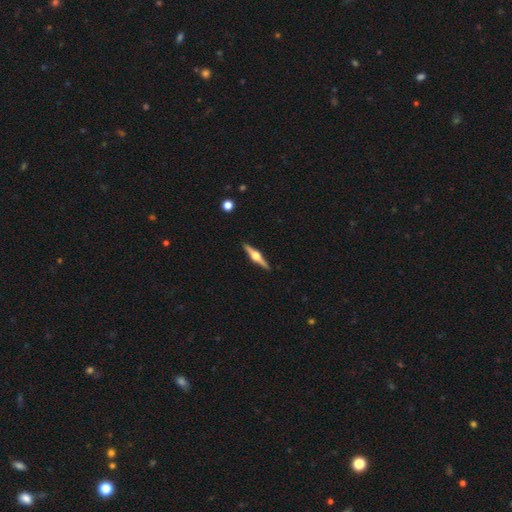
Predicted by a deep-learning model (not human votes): Morphology: type=featured or disk (80%); edge-on=yes (98%); edge-on bulge=rounded (94%); merging=none (91%).